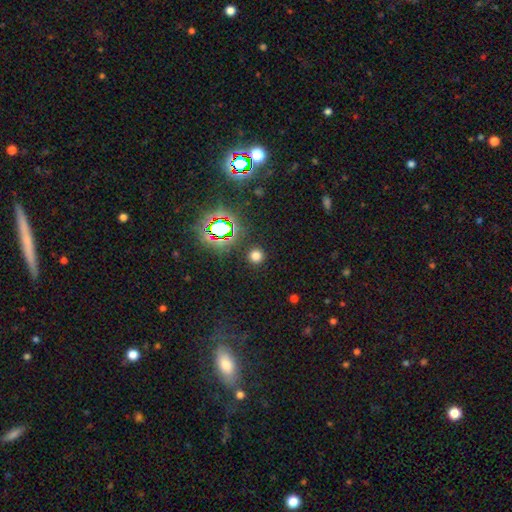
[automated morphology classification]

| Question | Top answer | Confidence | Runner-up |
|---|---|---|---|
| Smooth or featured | smooth | 70% | star or artifact (25%) |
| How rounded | round | 93% | in between (6%) |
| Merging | none | 90% | minor disturbance (6%) |